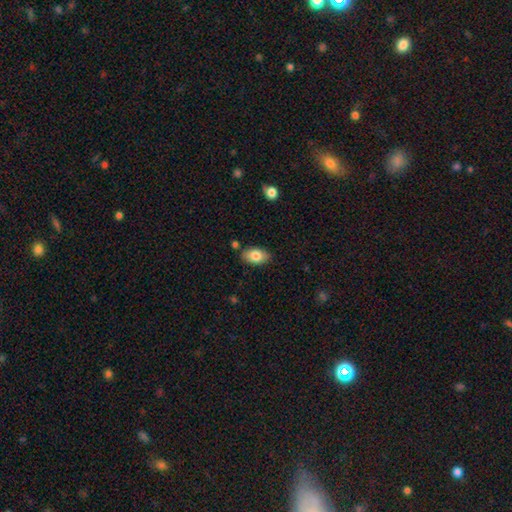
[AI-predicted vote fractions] smooth 81%, featured or disk 12%, star or artifact 7%. Down the decision tree: how rounded — in between (90%); merging — none (82%).